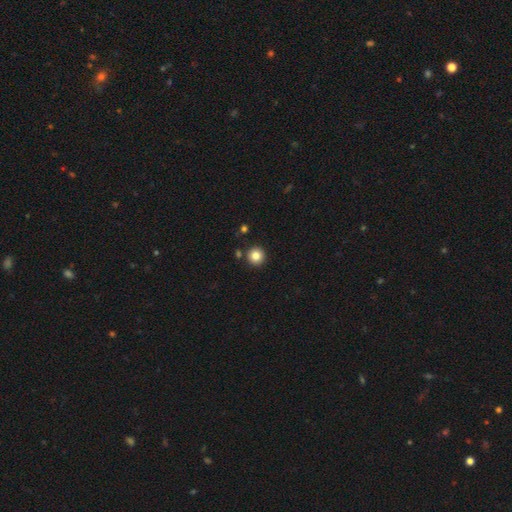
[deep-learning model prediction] Smooth or featured? smooth (84%)
How rounded? round (95%)
Merging? none (89%)